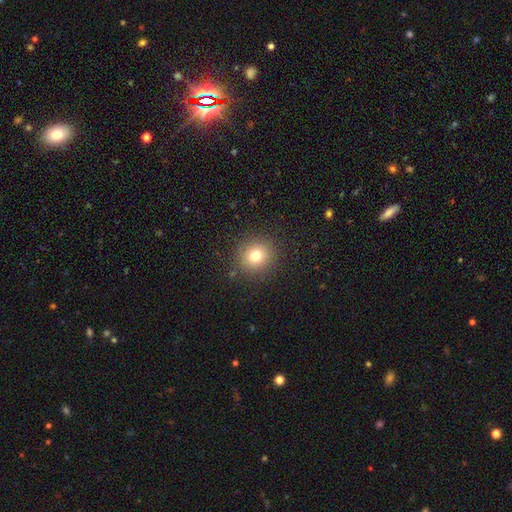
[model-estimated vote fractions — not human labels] Q: Smooth or featured?
A: smooth (76%); runner-up: star or artifact (14%)
Q: How rounded?
A: round (88%); runner-up: in between (11%)
Q: Merging?
A: none (89%); runner-up: minor disturbance (7%)